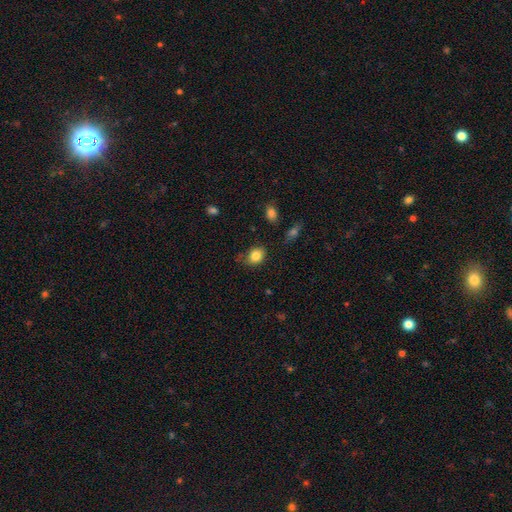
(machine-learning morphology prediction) smooth_or_featured: smooth (p=0.84) [alt: star or artifact p=0.09]
how_rounded: in between (p=0.55) [alt: round p=0.44]
merging: none (p=0.70) [alt: minor disturbance p=0.22]